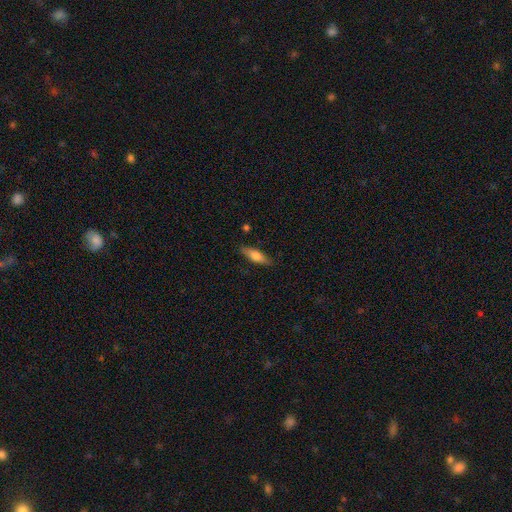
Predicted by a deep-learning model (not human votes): Smooth or featured: smooth — 68% (featured or disk — 26%)
How rounded: in between — 50% (cigar-shaped — 48%)
Merging: none — 84% (minor disturbance — 12%)